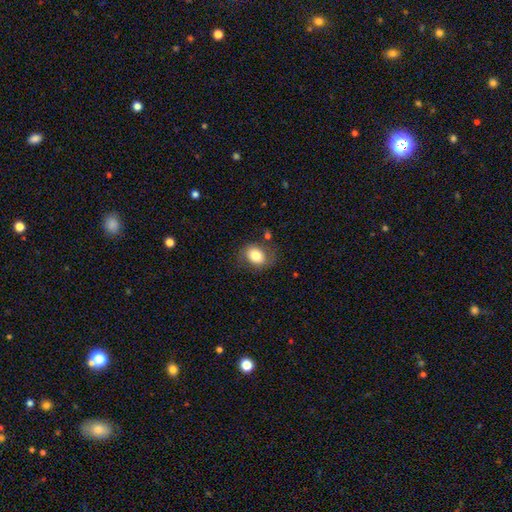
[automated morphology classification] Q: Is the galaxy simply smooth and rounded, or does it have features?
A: smooth — 79%.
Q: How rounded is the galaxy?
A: in between — 59%.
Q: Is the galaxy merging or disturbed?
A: none — 73%.